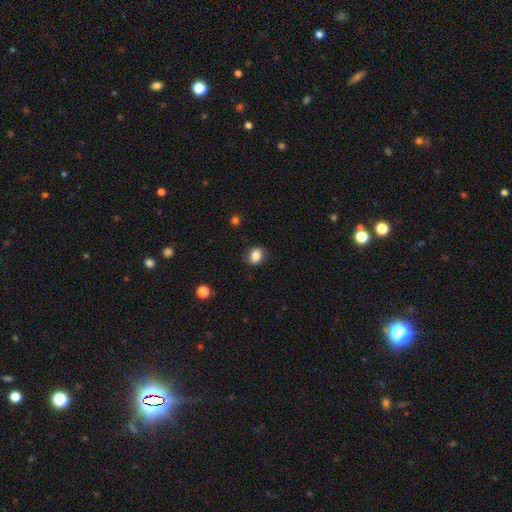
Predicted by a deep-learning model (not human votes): This appears to be a smooth galaxy with no disk features (83%) that is round (56%). Merging: none (81%).